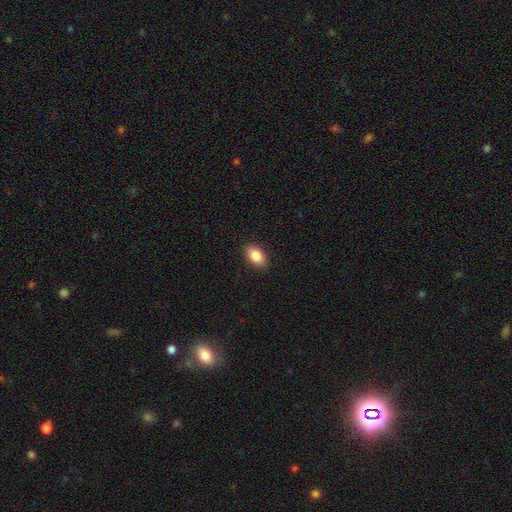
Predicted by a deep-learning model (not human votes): The model was most divided on "smooth or featured": smooth: 85%, star or artifact: 8%, featured or disk: 7%. More confident: how rounded — in between (90%); merging — none (89%).